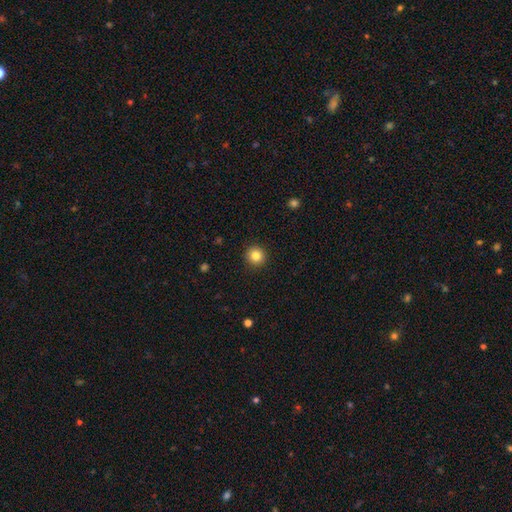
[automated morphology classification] Q: Smooth or featured?
A: smooth (83%); runner-up: star or artifact (11%)
Q: How rounded?
A: round (94%); runner-up: in between (5%)
Q: Merging?
A: none (93%); runner-up: minor disturbance (5%)